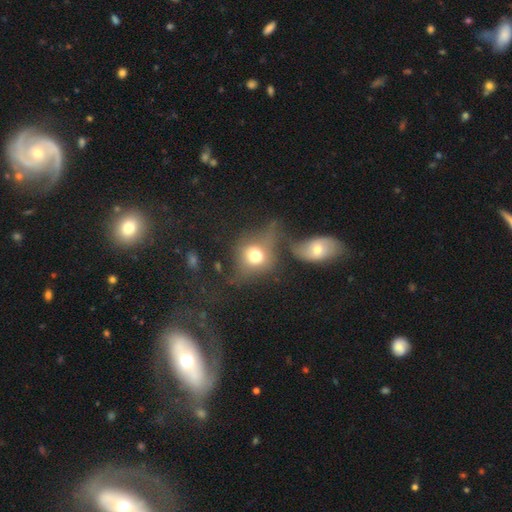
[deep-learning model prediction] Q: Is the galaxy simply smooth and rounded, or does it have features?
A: smooth — 64%.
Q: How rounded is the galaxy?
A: round — 66%.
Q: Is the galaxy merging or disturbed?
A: none — 35%.